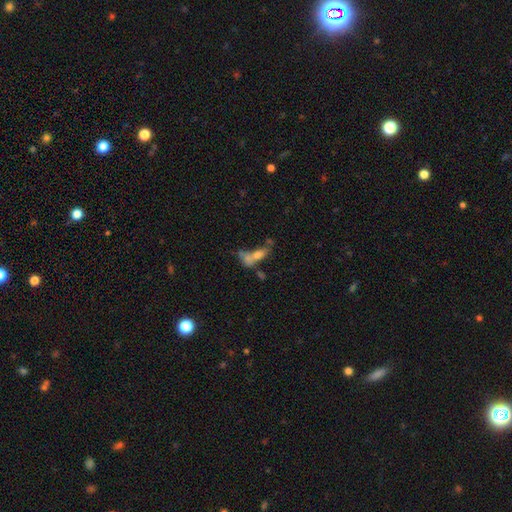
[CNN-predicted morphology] This appears to be a smooth galaxy with no disk features (59%) that is in between round and cigar-shaped (68%). Merging: merger (53%).